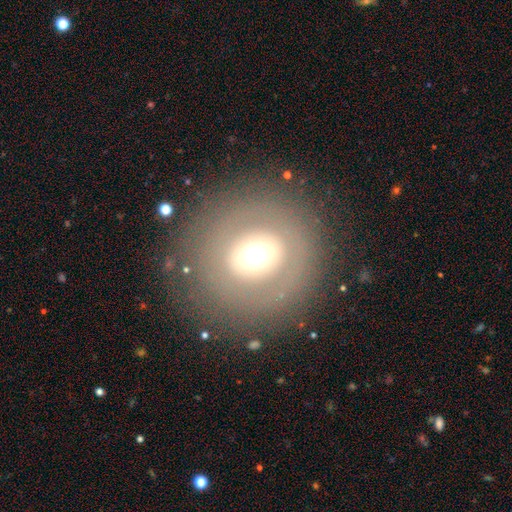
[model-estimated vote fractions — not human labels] A smooth galaxy with no disk features (55%) that is round (93%). Merging: none (85%).